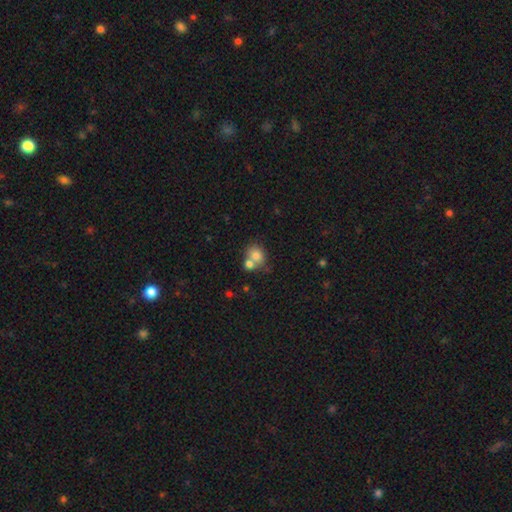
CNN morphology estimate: Smooth or featured? Predicted: smooth (p=0.78). How rounded? Predicted: round (p=0.67). Merging? Predicted: merger (p=0.47).